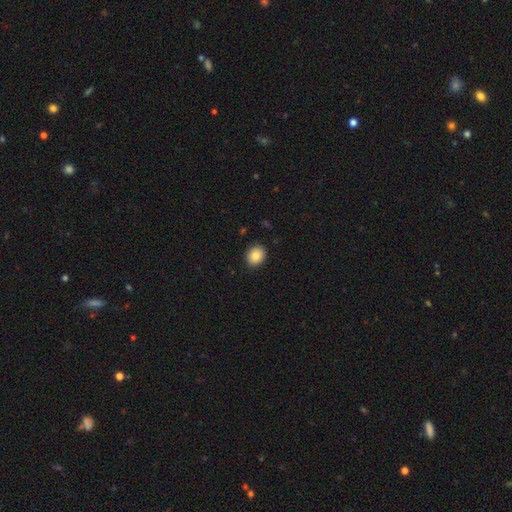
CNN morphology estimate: Q: Smooth or featured?
A: smooth (85%); runner-up: star or artifact (9%)
Q: How rounded?
A: round (66%); runner-up: in between (33%)
Q: Merging?
A: none (90%); runner-up: minor disturbance (7%)